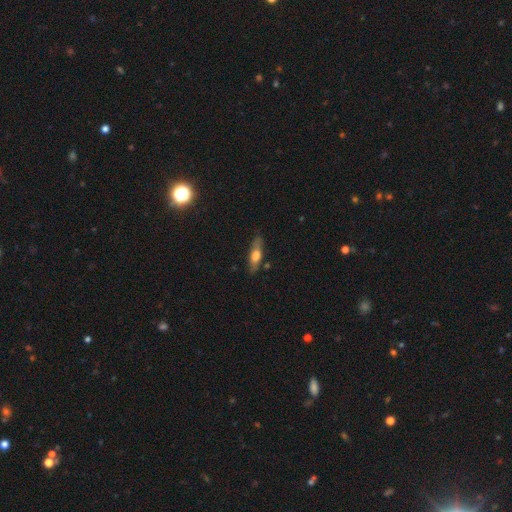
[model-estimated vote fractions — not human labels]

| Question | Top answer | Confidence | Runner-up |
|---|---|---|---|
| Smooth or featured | smooth | 53% | featured or disk (40%) |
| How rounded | cigar-shaped | 58% | in between (39%) |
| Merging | none | 81% | minor disturbance (14%) |